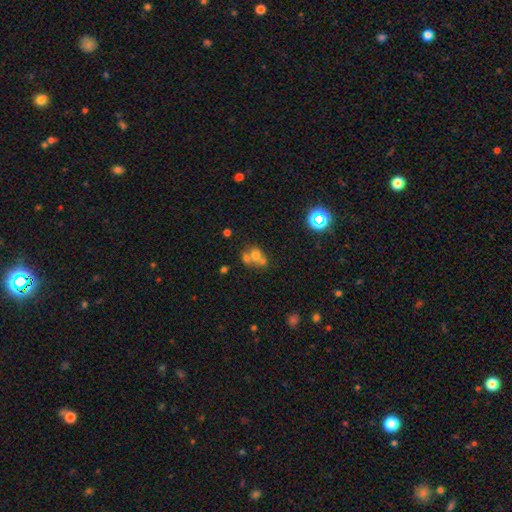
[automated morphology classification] This appears to be a smooth galaxy with no disk features (58%) that is round (59%). Merging: merger (55%).